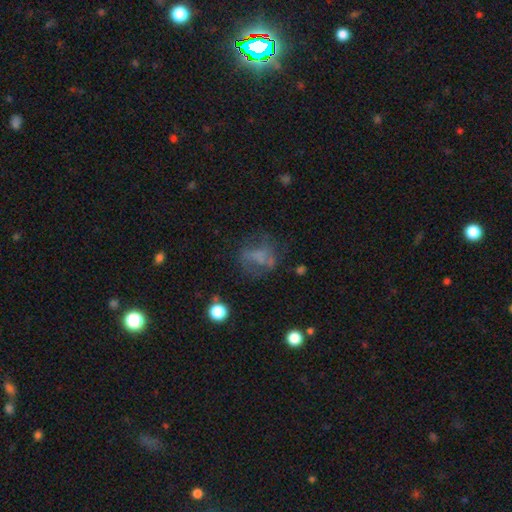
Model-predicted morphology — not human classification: smooth_or_featured: smooth (p=0.39) [tied with: featured or disk p=0.39]
merging: none (p=0.53) [alt: major disturbance p=0.23]